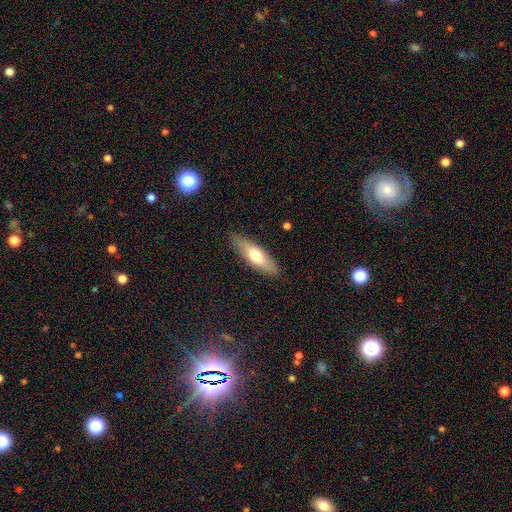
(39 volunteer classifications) Smooth or featured: smooth — 64% (featured or disk — 33%)
How rounded: in between — 76% (cigar-shaped — 24%)
Merging: none — 84% (minor disturbance — 13%)